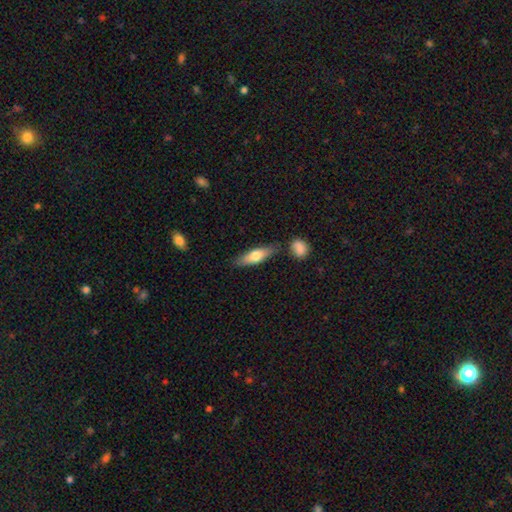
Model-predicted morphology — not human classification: A smooth galaxy with no disk features (64%) that is cigar-shaped (51%). Merging: none (76%).